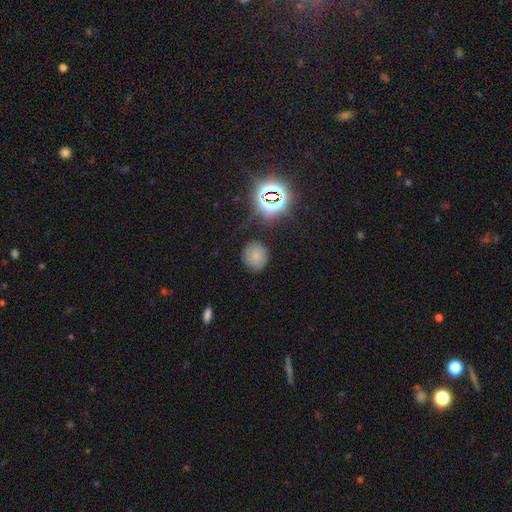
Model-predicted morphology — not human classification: Smooth or featured?
  - smooth: 70% *
  - star or artifact: 20%
  - featured or disk: 11%
How rounded?
  - round: 74% *
  - in between: 24%
  - cigar-shaped: 1%
Merging?
  - none: 78% *
  - minor disturbance: 15%
  - major disturbance: 5%
  - merger: 2%